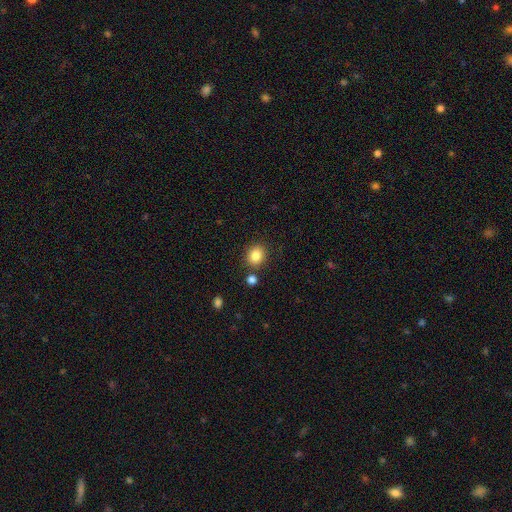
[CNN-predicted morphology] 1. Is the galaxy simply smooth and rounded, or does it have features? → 84% smooth, 10% star or artifact, 6% featured or disk.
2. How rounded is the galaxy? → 71% round, 28% in between, 1% cigar-shaped.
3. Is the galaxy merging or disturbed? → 82% none, 9% minor disturbance, 6% merger, 3% major disturbance.